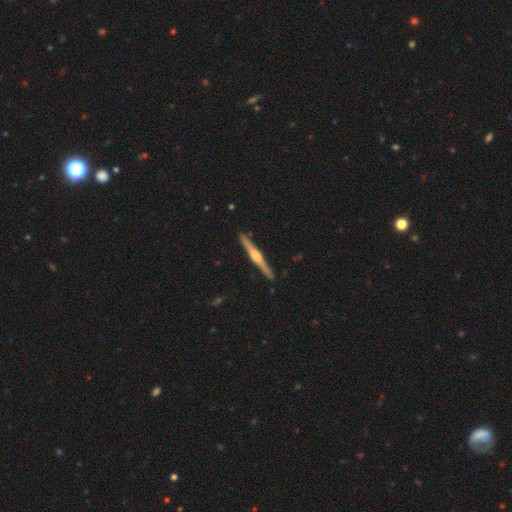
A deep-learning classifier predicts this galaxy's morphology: The model was most divided on "smooth or featured": featured or disk: 80%, smooth: 15%, star or artifact: 5%. More confident: edge-on disk — yes (98%); merging — none (92%); edge-on bulge — rounded (91%).